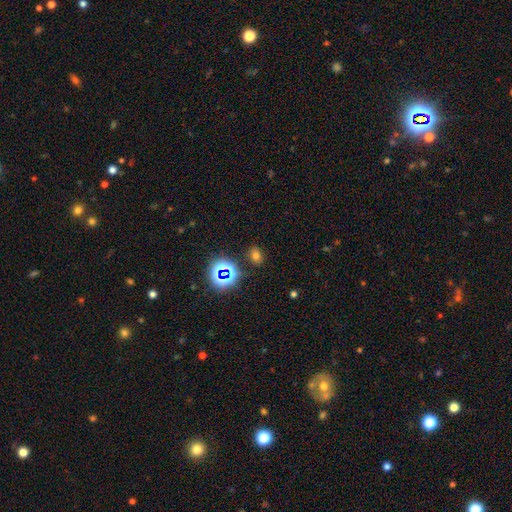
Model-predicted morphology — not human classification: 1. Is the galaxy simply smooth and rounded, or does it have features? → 62% smooth, 30% star or artifact, 8% featured or disk.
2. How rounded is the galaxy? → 66% in between, 32% round, 1% cigar-shaped.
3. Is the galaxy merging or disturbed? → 84% none, 10% minor disturbance, 3% major disturbance, 3% merger.